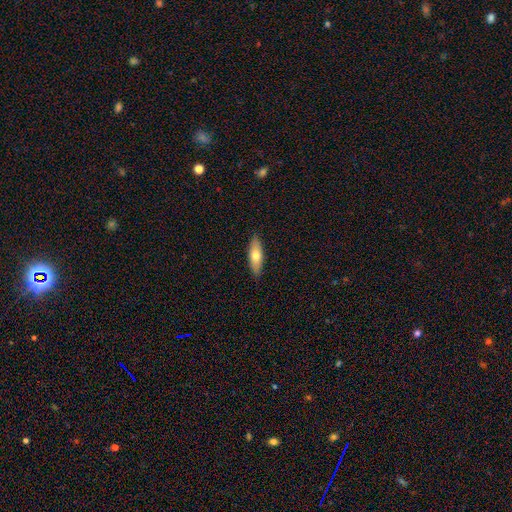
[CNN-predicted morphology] A smooth galaxy with no disk features (68%) that is in between round and cigar-shaped (58%).

Vote fractions:
- Smooth or featured? smooth: 68% / featured or disk: 26% / star or artifact: 6%
- How rounded? in between: 58% / cigar-shaped: 40% / round: 2%
- Merging? none: 88% / minor disturbance: 9% / major disturbance: 2% / merger: 1%